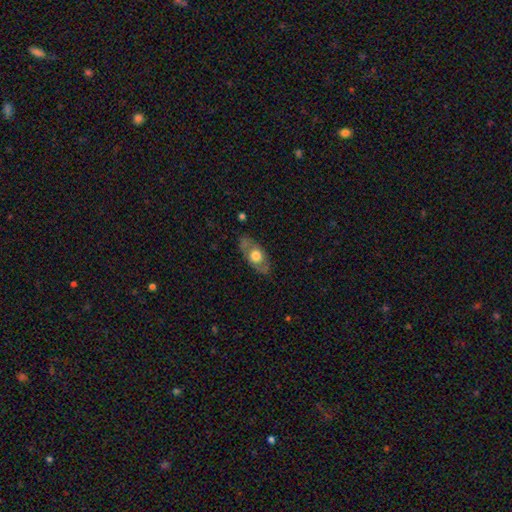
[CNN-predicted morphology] smooth 49%, featured or disk 44%, star or artifact 6%. Down the decision tree: merging — none (74%).